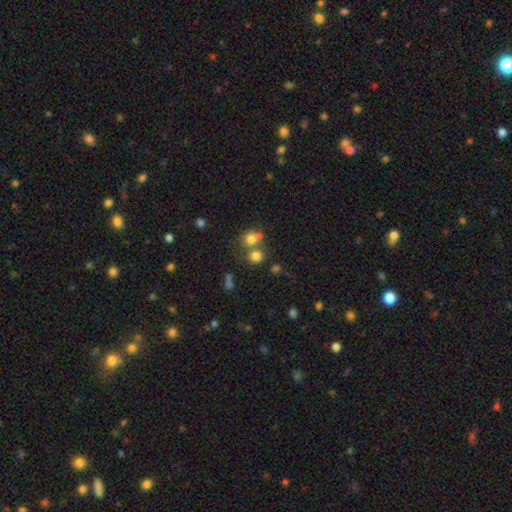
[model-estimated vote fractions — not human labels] This appears to be a smooth galaxy with no disk features (74%) that is round (82%). Merging: none (54%).